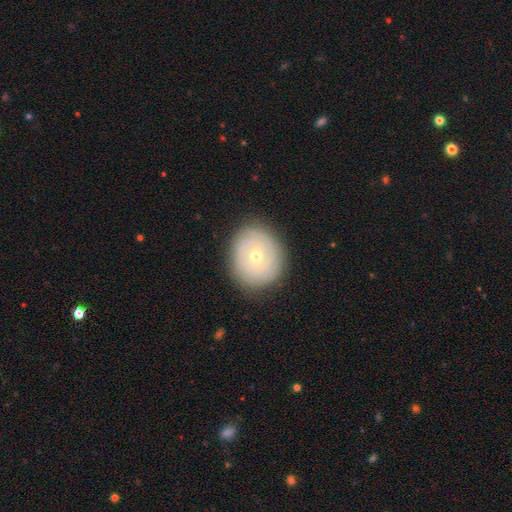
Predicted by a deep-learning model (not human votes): A featured or disk galaxy (67%) with no bar (81%), spiral arms (73%) and a small central bulge (52%). Merging: none (85%).